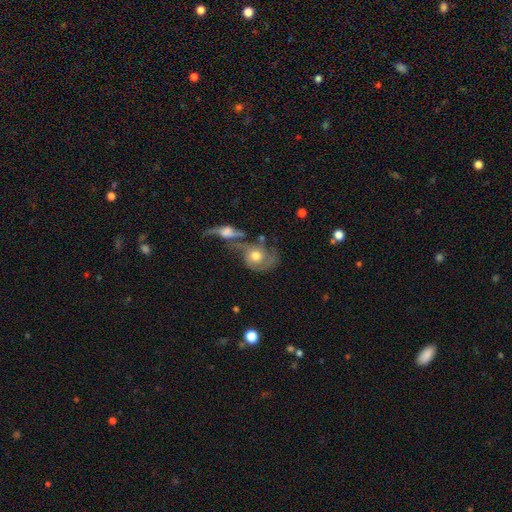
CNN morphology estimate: Q: Smooth or featured?
A: featured or disk (63%); runner-up: smooth (29%)
Q: Edge-on disk?
A: no (94%); runner-up: yes (6%)
Q: Bar?
A: no (80%); runner-up: weak (17%)
Q: Spiral arms?
A: yes (77%); runner-up: no (23%)
Q: Bulge size?
A: moderate (69%); runner-up: large (17%)
Q: Merging?
A: merger (41%); runner-up: none (26%)